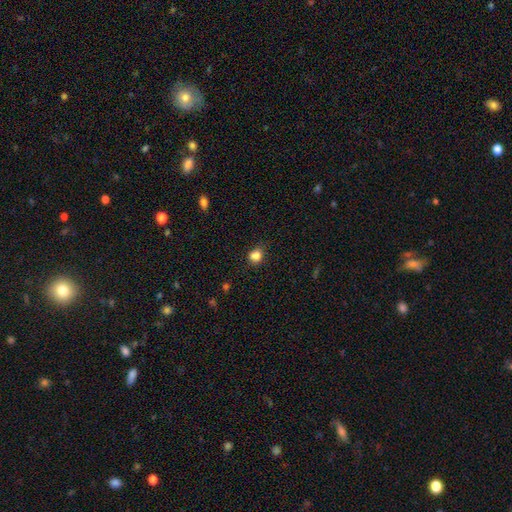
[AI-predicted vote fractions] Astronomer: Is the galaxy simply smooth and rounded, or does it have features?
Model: smooth — 83%.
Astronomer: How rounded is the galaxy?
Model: round — 69%.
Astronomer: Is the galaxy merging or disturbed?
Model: none — 64%.